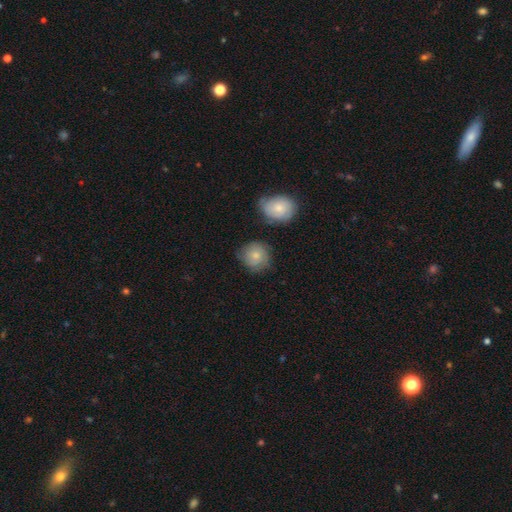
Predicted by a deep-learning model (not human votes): Morphology: type=smooth (72%); roundness=round (86%); merging=none (68%).